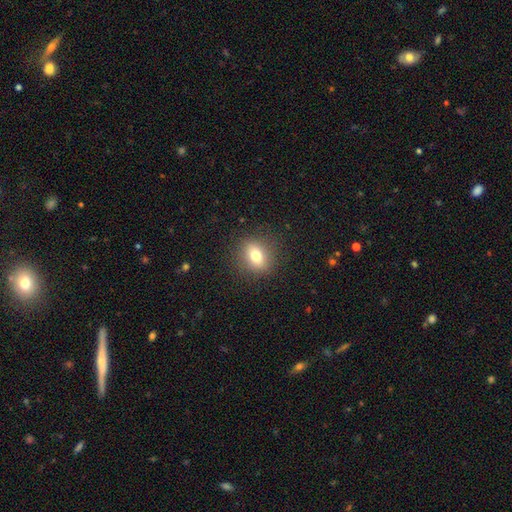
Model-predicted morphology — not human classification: This is likely a smooth galaxy (74%). How rounded: possibly round (53%). Merging: clearly none (88%).